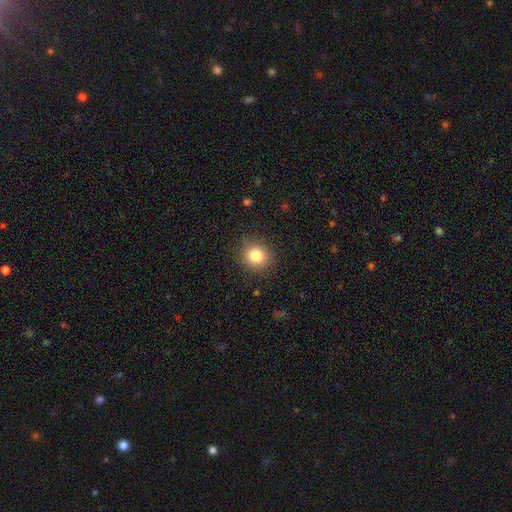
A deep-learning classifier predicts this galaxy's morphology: Q: Smooth or featured?
A: smooth (82%); runner-up: star or artifact (11%)
Q: How rounded?
A: round (85%); runner-up: in between (14%)
Q: Merging?
A: none (85%); runner-up: minor disturbance (11%)